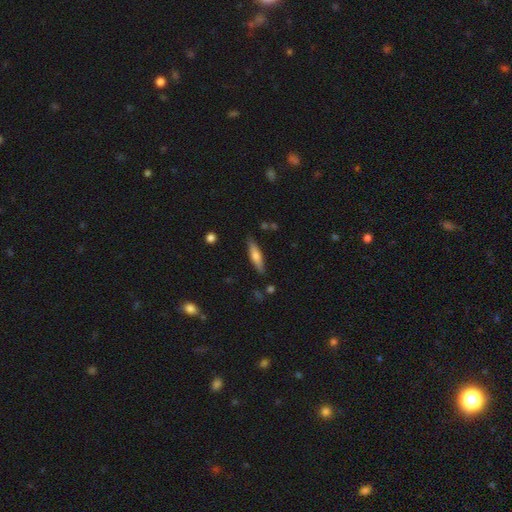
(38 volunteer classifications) Morphology: type=smooth (55%); roundness=cigar-shaped (90%); merging=none (71%).